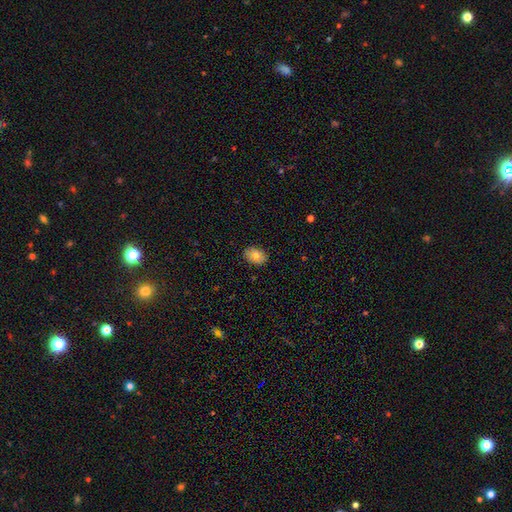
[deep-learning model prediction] Q: Smooth or featured?
A: smooth (82%); runner-up: featured or disk (11%)
Q: How rounded?
A: in between (82%); runner-up: round (16%)
Q: Merging?
A: none (87%); runner-up: minor disturbance (10%)